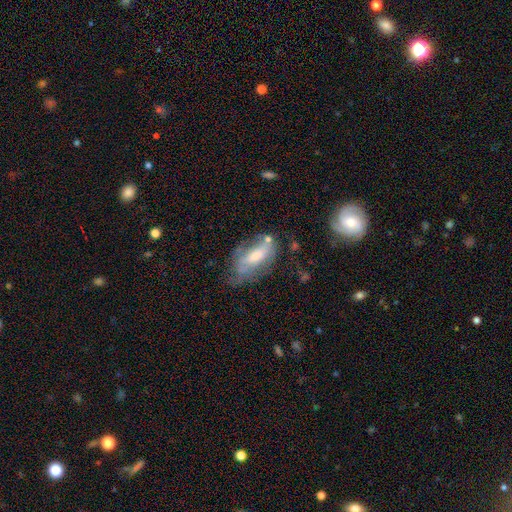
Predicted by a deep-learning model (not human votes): A featured or disk galaxy (53%). Merging: none (47%).